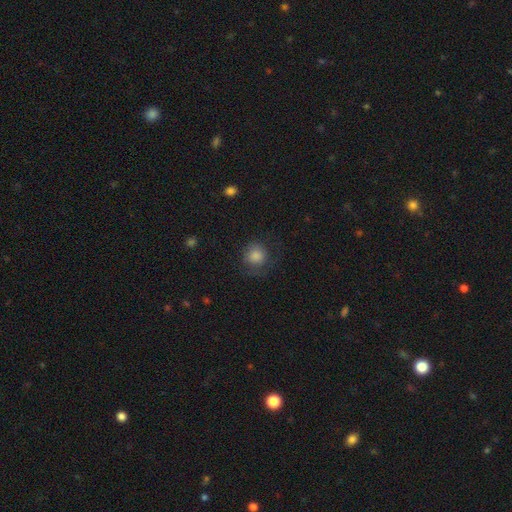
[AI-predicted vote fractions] smooth 80%, star or artifact 10%, featured or disk 9%. Down the decision tree: how rounded — round (88%); merging — none (68%).